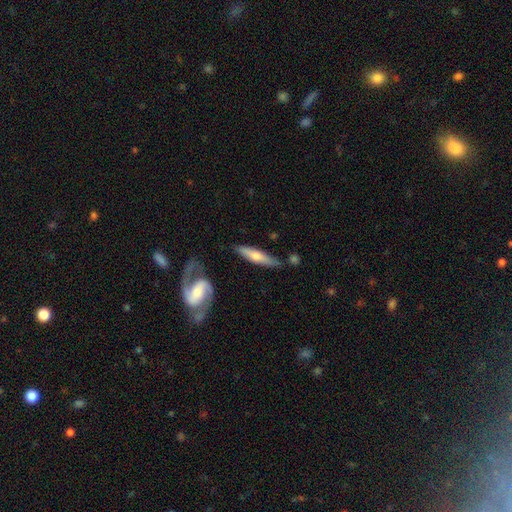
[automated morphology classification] Smooth or featured?
  - smooth: 49% *
  - featured or disk: 46%
  - star or artifact: 5%
Merging?
  - none: 77% *
  - minor disturbance: 15%
  - merger: 5%
  - major disturbance: 4%